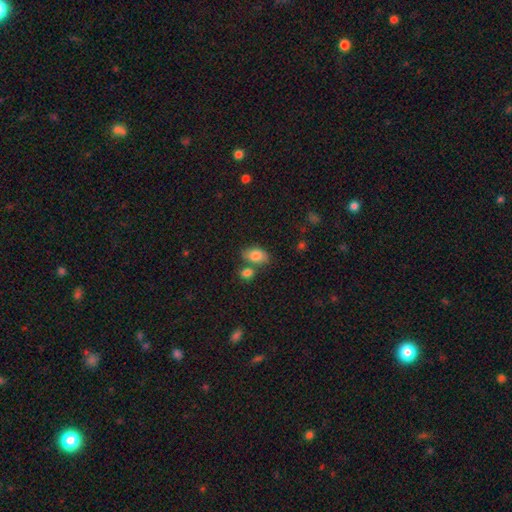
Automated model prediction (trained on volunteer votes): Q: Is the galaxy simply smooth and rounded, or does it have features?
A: smooth — 82%.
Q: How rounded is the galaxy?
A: in between — 87%.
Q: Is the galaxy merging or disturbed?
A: none — 58%.